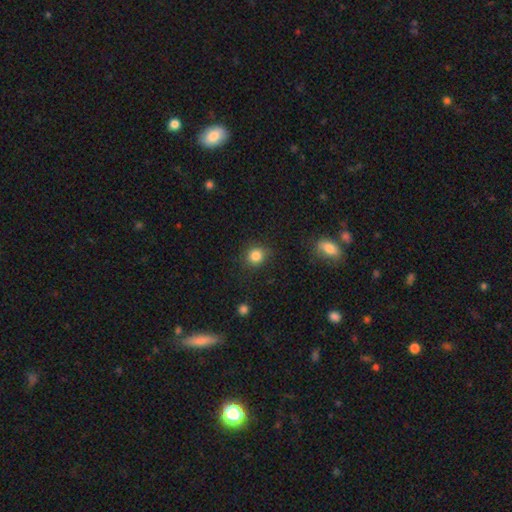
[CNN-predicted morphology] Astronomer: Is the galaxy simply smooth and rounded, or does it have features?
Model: smooth — 84%.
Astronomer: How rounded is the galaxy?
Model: round — 87%.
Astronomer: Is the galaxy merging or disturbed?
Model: none — 85%.